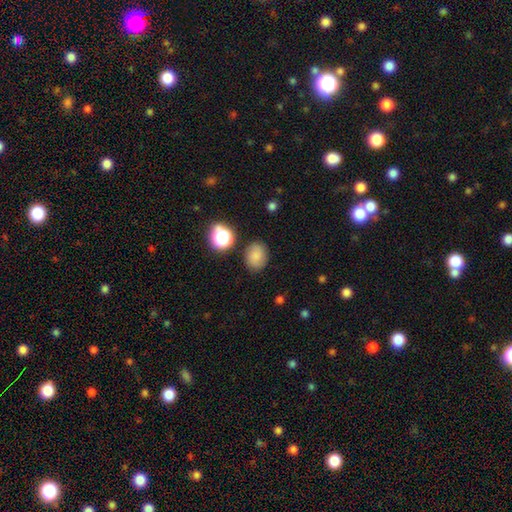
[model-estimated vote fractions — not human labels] Smooth or featured? Predicted: smooth (p=0.78). How rounded? Predicted: in between (p=0.51). Merging? Predicted: none (p=0.82).